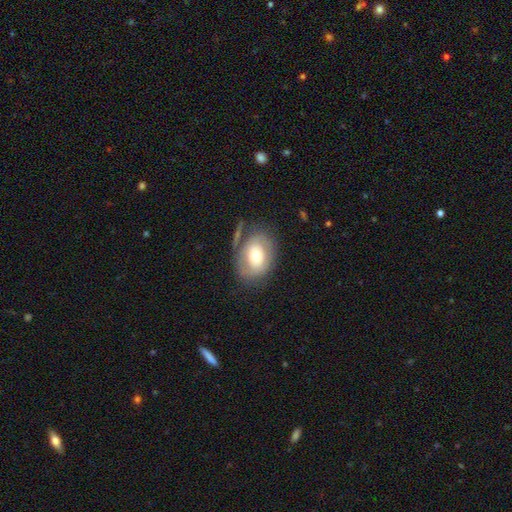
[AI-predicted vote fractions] smooth 48%, featured or disk 45%, star or artifact 7%. Down the decision tree: merging — none (64%).